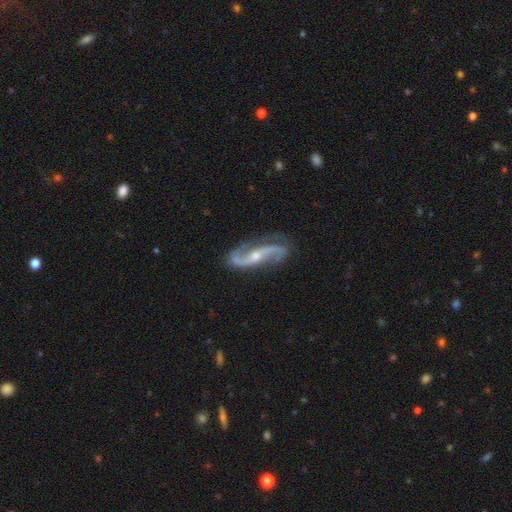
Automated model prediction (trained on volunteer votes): A featured or disk galaxy (92%) with no bar (40%), 2 (94%) loose (56%) spiral arms (98%) and a small central bulge (55%).

Vote fractions:
- Smooth or featured? featured or disk: 92% / star or artifact: 4% / smooth: 4%
- Edge-on disk? no: 93% / yes: 7%
- Bar? no: 40% / weak: 32% / strong: 29%
- Spiral arms? yes: 98% / no: 2%
- Spiral winding? loose: 56% / medium: 34% / tight: 10%
- Spiral arm count? 2: 94% / can't tell: 2% / 1: 1% / 3: 1% / 4: 1% / more than 4: 1%
- Bulge size? small: 55% / moderate: 40% / none: 2% / large: 2% / dominant: 1%
- Merging? none: 79% / minor disturbance: 14% / major disturbance: 5% / merger: 2%